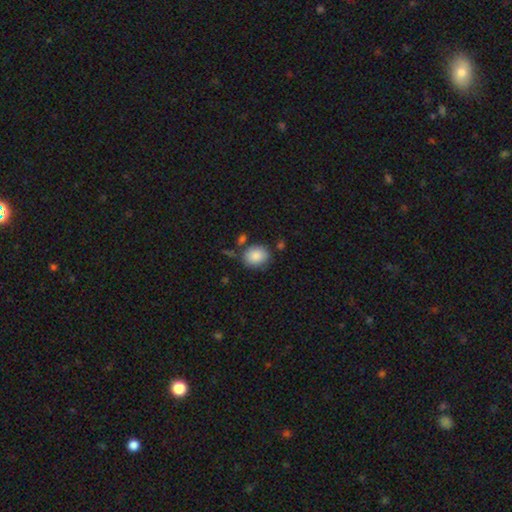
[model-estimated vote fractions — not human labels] Smooth or featured? smooth (87%)
How rounded? round (57%)
Merging? none (73%)